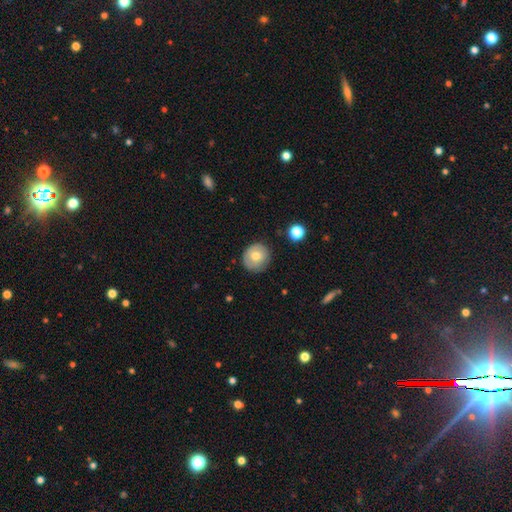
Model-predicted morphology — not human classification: smooth 66%, featured or disk 26%, star or artifact 8%. Down the decision tree: how rounded — round (91%); merging — none (83%).